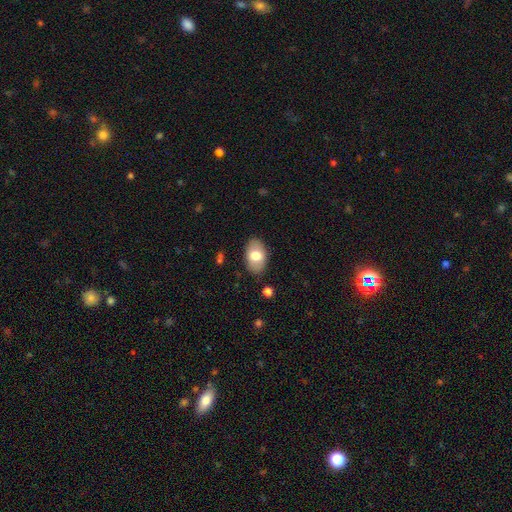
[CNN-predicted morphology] Smooth or featured? smooth (72%)
How rounded? in between (90%)
Merging? none (85%)